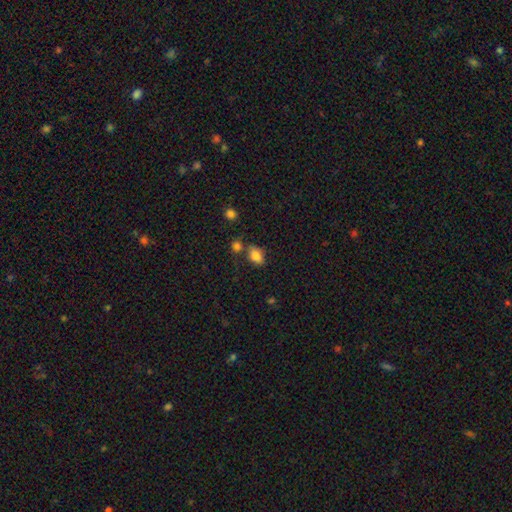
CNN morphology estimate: The model was most divided on "merging": none: 60%, merger: 18%, minor disturbance: 17%, major disturbance: 6%. More confident: smooth or featured — smooth (84%); how rounded — in between (81%).